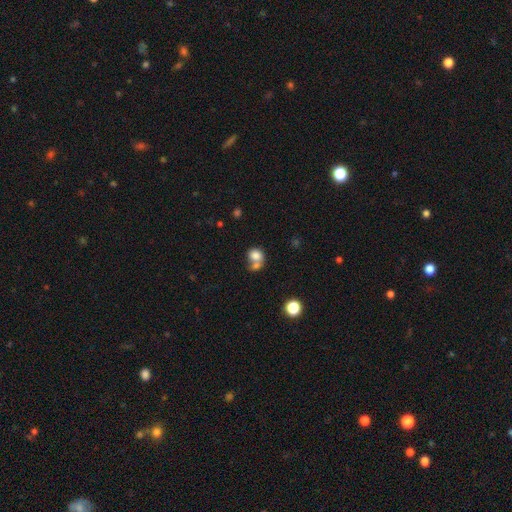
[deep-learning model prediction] smooth 78%, featured or disk 12%, star or artifact 10%. Down the decision tree: how rounded — round (64%); merging — merger (55%).